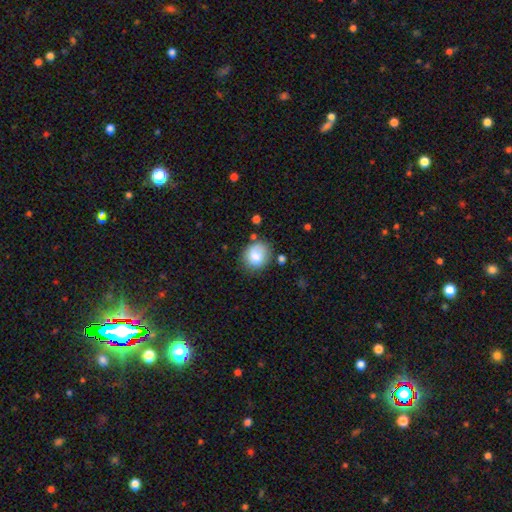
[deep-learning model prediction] Smooth or featured: smooth — 82% (featured or disk — 10%)
How rounded: round — 72% (in between — 27%)
Merging: none — 72% (minor disturbance — 19%)